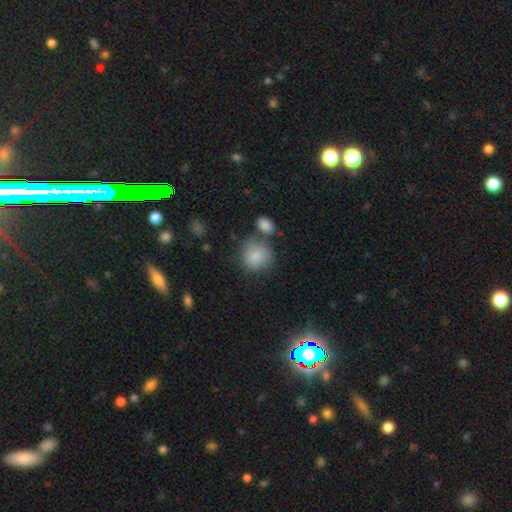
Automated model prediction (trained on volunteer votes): Overall: smooth (83%). How rounded: round (83%). Merging: none (58%; merger 20%).